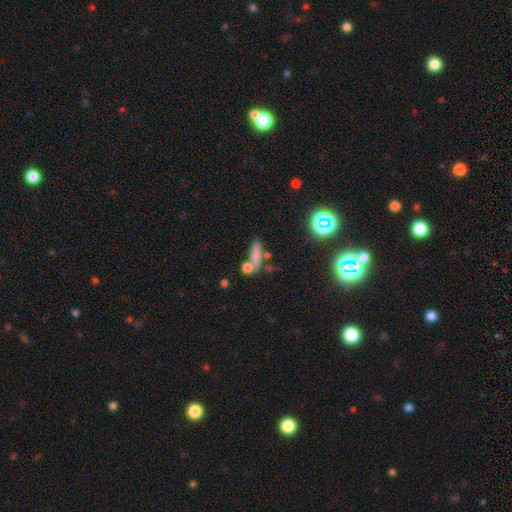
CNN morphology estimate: A smooth galaxy with no disk features (74%) that is cigar-shaped (56%).

Vote fractions:
- Smooth or featured? smooth: 74% / star or artifact: 14% / featured or disk: 13%
- How rounded? cigar-shaped: 56% / in between: 37% / round: 7%
- Merging? none: 55% / merger: 25% / minor disturbance: 14% / major disturbance: 7%